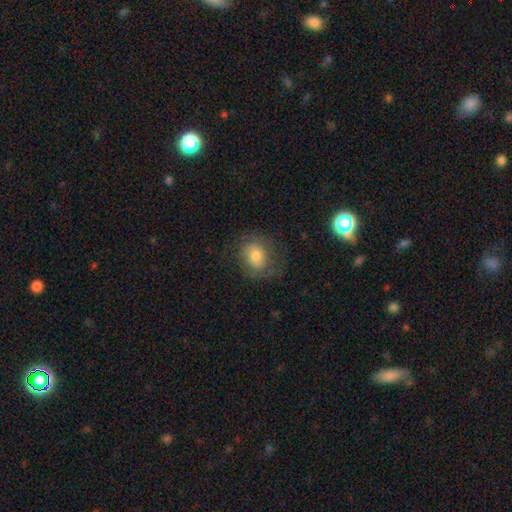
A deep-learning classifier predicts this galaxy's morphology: Smooth or featured? Predicted: smooth (p=0.67). How rounded? Predicted: round (p=0.65). Merging? Predicted: none (p=0.66).